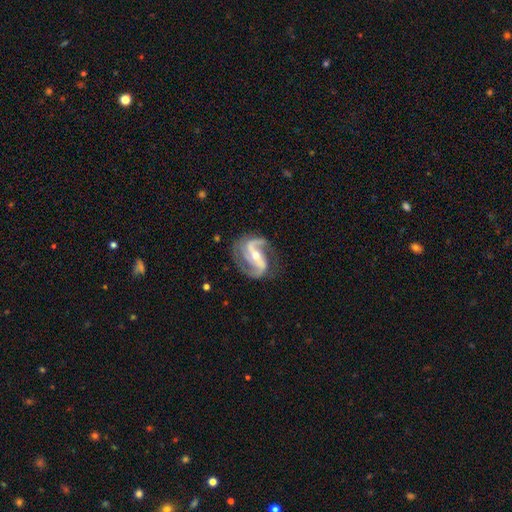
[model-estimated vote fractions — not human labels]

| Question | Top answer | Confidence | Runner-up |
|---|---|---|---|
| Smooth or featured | featured or disk | 91% | star or artifact (5%) |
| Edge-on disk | no | 97% | yes (3%) |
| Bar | strong | 50% | weak (30%) |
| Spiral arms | yes | 98% | no (2%) |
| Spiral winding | medium | 49% | loose (33%) |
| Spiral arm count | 2 | 72% | 3 (16%) |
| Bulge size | moderate | 49% | small (47%) |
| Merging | none | 71% | minor disturbance (17%) |